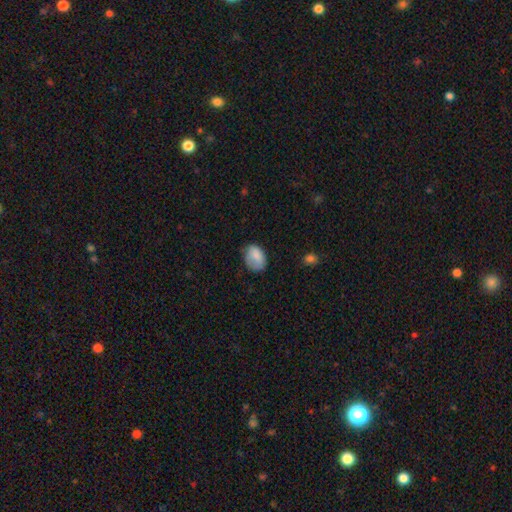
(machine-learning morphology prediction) Overall: smooth (83%). How rounded: in between (75%). Merging: none (57%; minor disturbance 31%).